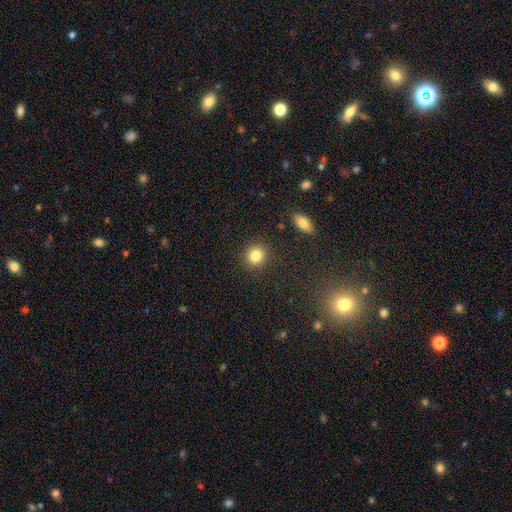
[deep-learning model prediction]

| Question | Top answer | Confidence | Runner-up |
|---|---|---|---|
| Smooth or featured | smooth | 84% | star or artifact (10%) |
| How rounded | round | 85% | in between (14%) |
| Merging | none | 88% | minor disturbance (7%) |